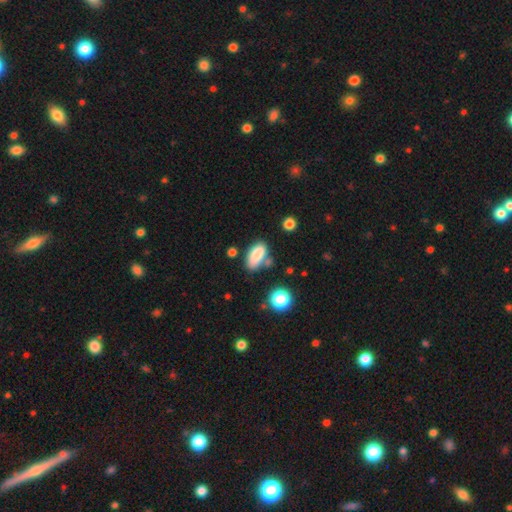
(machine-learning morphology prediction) Smooth or featured?
  - smooth: 83% *
  - featured or disk: 9%
  - star or artifact: 8%
How rounded?
  - in between: 90% *
  - cigar-shaped: 6%
  - round: 4%
Merging?
  - none: 63% *
  - minor disturbance: 19%
  - merger: 13%
  - major disturbance: 5%